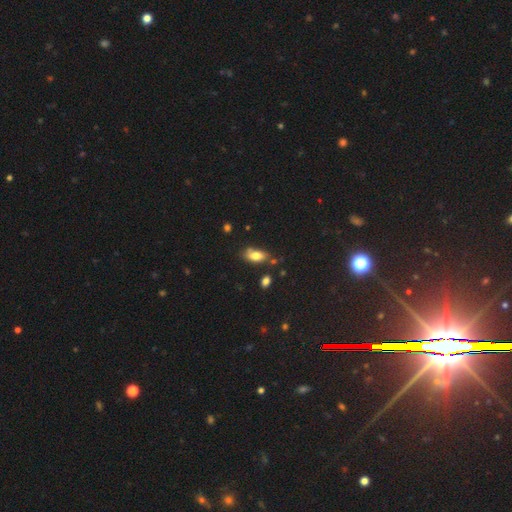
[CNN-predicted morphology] Smooth or featured?
  - smooth: 79% *
  - featured or disk: 12%
  - star or artifact: 8%
How rounded?
  - in between: 88% *
  - cigar-shaped: 8%
  - round: 4%
Merging?
  - none: 65% *
  - minor disturbance: 22%
  - merger: 8%
  - major disturbance: 5%